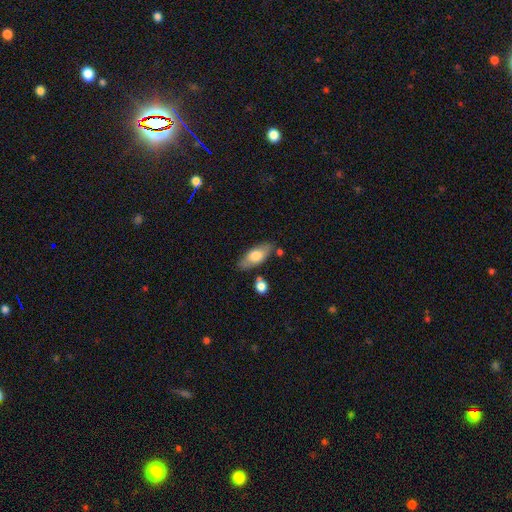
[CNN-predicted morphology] The model was most divided on "smooth or featured": smooth: 68%, featured or disk: 26%, star or artifact: 6%. More confident: how rounded — in between (83%); merging — none (75%).